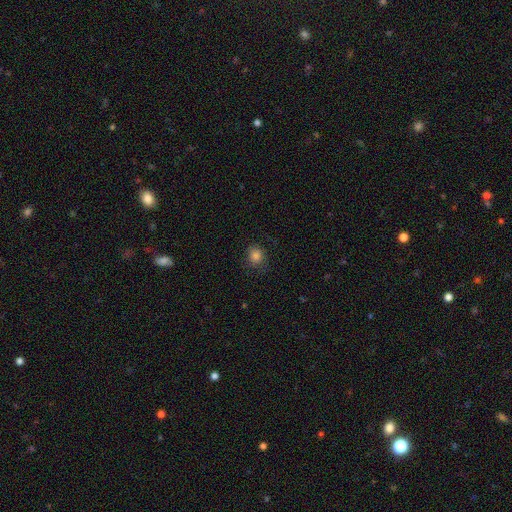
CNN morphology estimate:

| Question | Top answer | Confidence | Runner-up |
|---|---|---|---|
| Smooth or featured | smooth | 83% | star or artifact (12%) |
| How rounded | round | 76% | in between (23%) |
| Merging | none | 78% | minor disturbance (16%) |